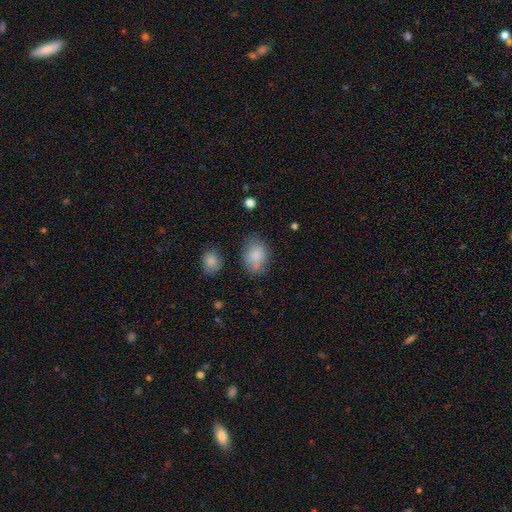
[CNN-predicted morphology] smooth_or_featured: smooth (p=0.85) [alt: star or artifact p=0.08]
how_rounded: in between (p=0.71) [alt: round p=0.28]
merging: none (p=0.66) [alt: minor disturbance p=0.22]